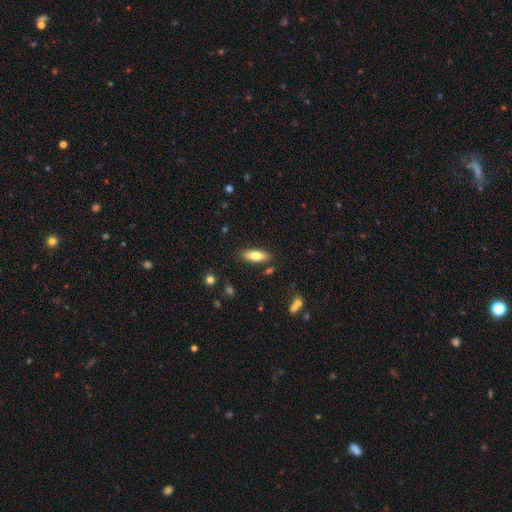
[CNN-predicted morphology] This is likely a smooth galaxy (75%). How rounded: likely in between (66%). Merging: clearly none (85%).